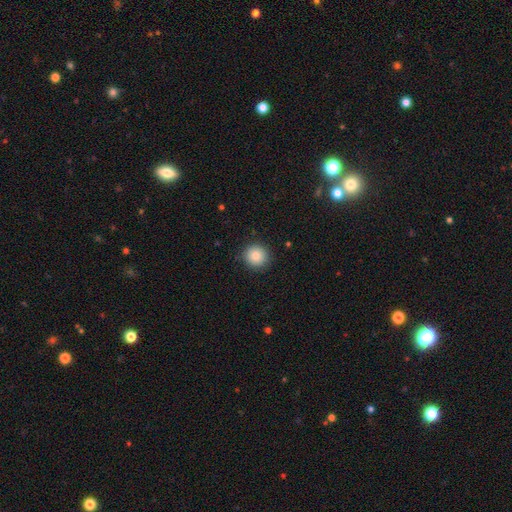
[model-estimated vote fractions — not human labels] Smooth or featured: smooth — 83% (star or artifact — 9%)
How rounded: round — 94% (in between — 5%)
Merging: none — 90% (minor disturbance — 7%)